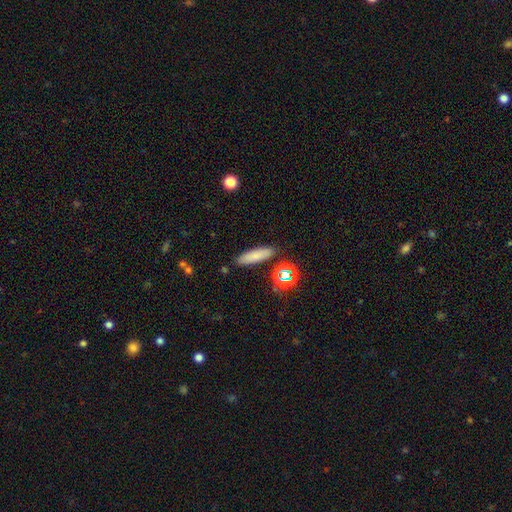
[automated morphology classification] Smooth or featured?
  - smooth: 77% *
  - star or artifact: 11%
  - featured or disk: 11%
How rounded?
  - cigar-shaped: 62% *
  - in between: 35%
  - round: 3%
Merging?
  - none: 86% *
  - minor disturbance: 9%
  - merger: 3%
  - major disturbance: 2%